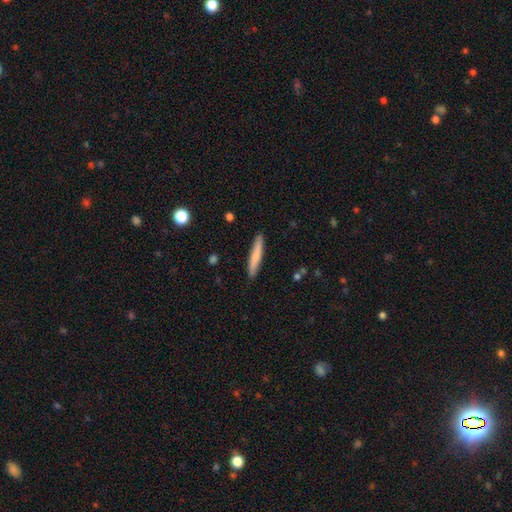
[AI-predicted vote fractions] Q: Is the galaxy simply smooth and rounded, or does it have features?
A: smooth — 73%.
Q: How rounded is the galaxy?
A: cigar-shaped — 94%.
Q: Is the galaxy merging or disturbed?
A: none — 89%.